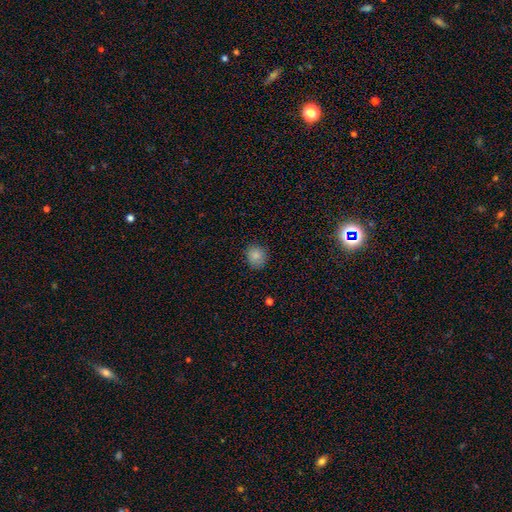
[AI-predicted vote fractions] Q: Smooth or featured?
A: smooth (84%); runner-up: star or artifact (10%)
Q: How rounded?
A: round (84%); runner-up: in between (15%)
Q: Merging?
A: none (85%); runner-up: minor disturbance (12%)